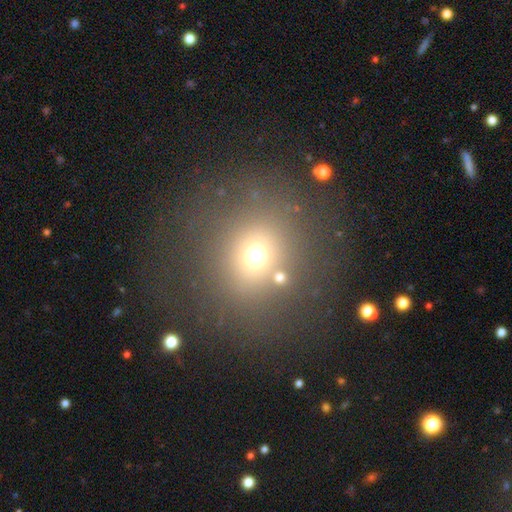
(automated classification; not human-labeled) This appears to be a smooth galaxy with no disk features (65%) that is round (84%). Merging: none (76%).